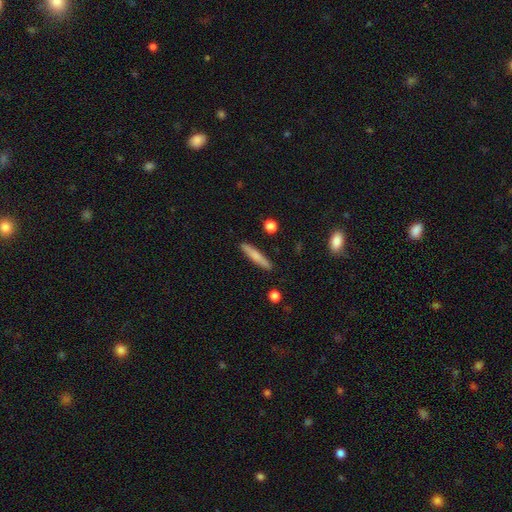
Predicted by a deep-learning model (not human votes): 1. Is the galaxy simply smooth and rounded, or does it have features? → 69% smooth, 25% featured or disk, 6% star or artifact.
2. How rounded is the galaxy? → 92% cigar-shaped, 6% in between, 2% round.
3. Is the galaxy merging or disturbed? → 90% none, 7% minor disturbance, 2% merger, 2% major disturbance.